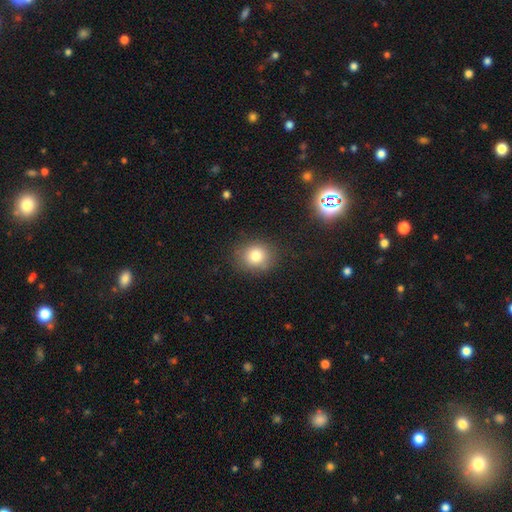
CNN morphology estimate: This appears to be a smooth galaxy with no disk features (81%) that is round (72%). Merging: none (83%).